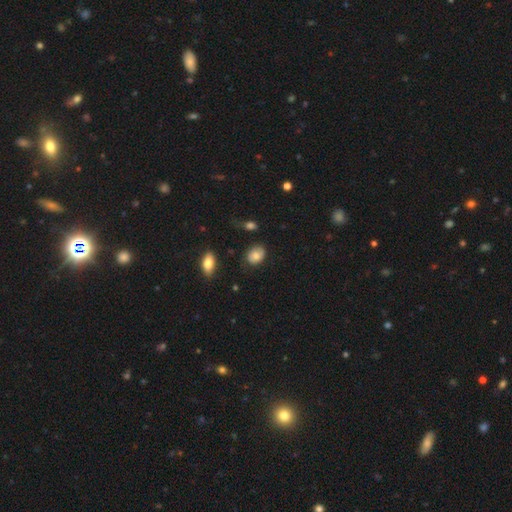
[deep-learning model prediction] The model was most divided on "how rounded": in between: 65%, round: 34%, cigar-shaped: 1%. More confident: smooth or featured — smooth (77%); merging — none (70%).